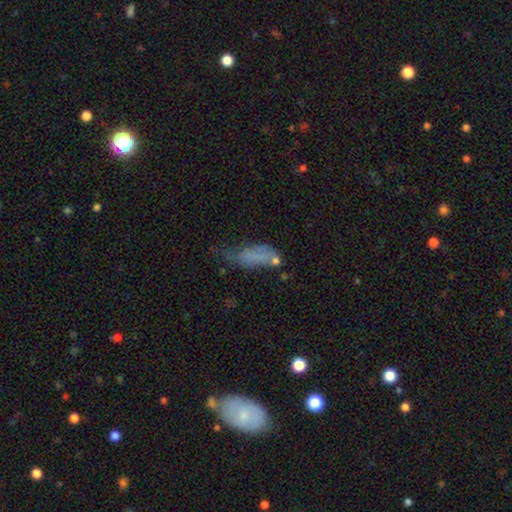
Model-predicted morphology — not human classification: This appears to be a smooth galaxy with no disk features (59%) that is in between round and cigar-shaped (73%). Merging: major disturbance (34%).